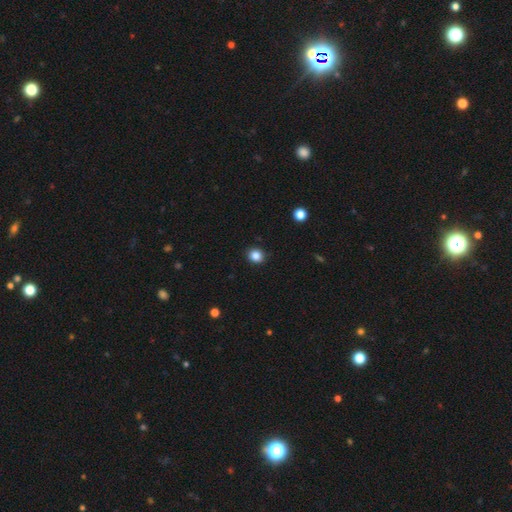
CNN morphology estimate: type=smooth (85%); roundness=round (77%); merging=none (90%).